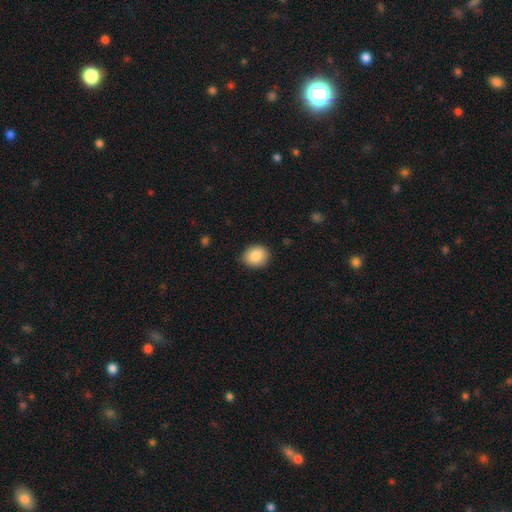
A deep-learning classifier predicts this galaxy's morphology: This is clearly a smooth galaxy (88%). How rounded: likely round (64%). Merging: clearly none (87%).